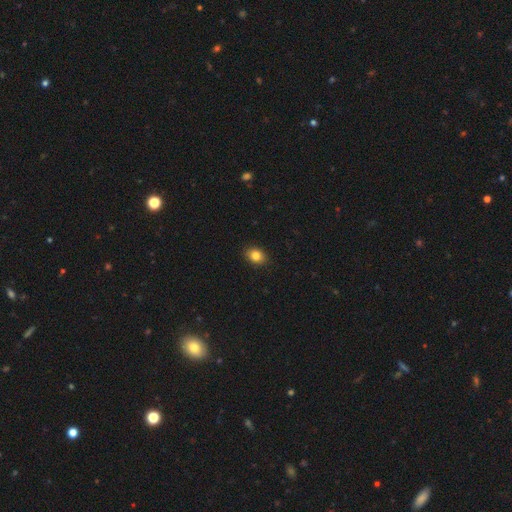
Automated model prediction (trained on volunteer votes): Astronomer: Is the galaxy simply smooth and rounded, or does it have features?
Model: smooth — 83%.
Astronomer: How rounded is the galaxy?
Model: in between — 64%.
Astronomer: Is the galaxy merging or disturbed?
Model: none — 89%.